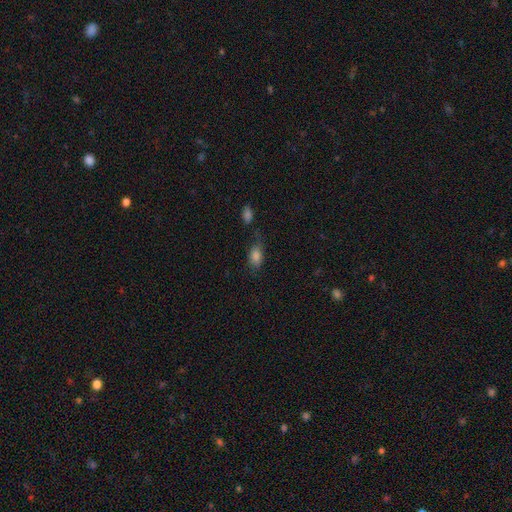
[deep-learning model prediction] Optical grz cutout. It shows a smooth galaxy with no disk features (82%) that is in between round and cigar-shaped (87%). Merging: none (56%).